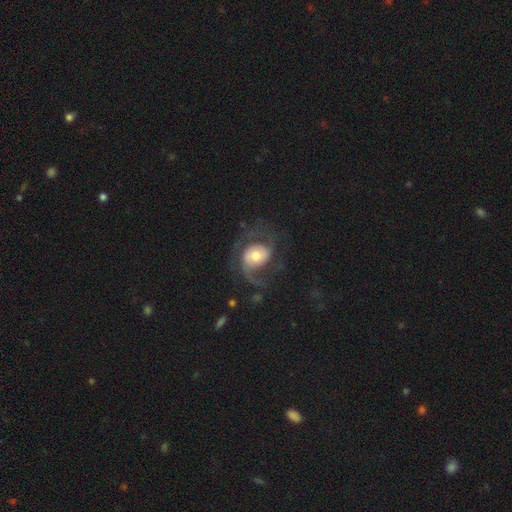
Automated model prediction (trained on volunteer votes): The model was most divided on "spiral winding": medium: 45%, loose: 36%, tight: 19%. More confident: edge-on disk — no (97%); spiral arms — yes (91%); smooth or featured — featured or disk (75%); bulge size — moderate (63%); bar — no (62%); spiral arm count — 2 (58%); merging — none (52%).